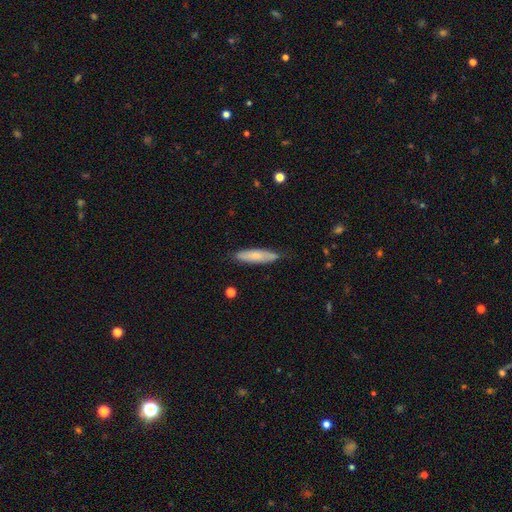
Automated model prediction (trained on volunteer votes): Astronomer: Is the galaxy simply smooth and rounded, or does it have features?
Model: smooth — 72%.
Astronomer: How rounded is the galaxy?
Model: cigar-shaped — 74%.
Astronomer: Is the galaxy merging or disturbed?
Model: none — 79%.